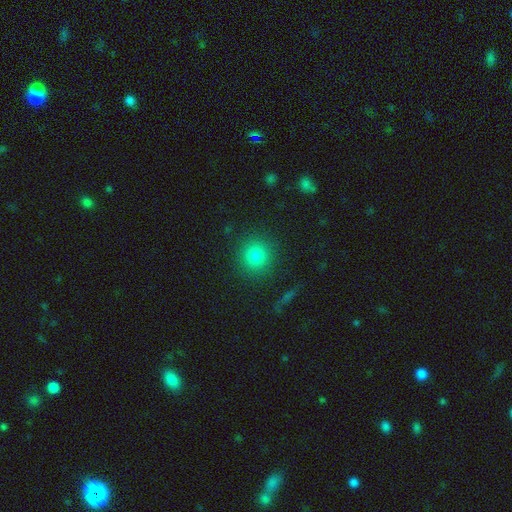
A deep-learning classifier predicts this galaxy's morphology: Overall: smooth (80%). How rounded: round (91%). Merging: none (88%).